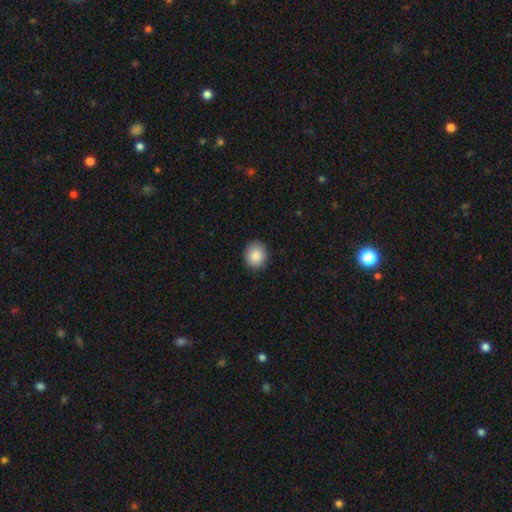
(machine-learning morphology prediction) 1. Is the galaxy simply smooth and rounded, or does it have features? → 88% smooth, 8% star or artifact, 4% featured or disk.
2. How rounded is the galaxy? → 78% round, 21% in between, 1% cigar-shaped.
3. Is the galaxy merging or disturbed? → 89% none, 8% minor disturbance, 2% major disturbance, 1% merger.